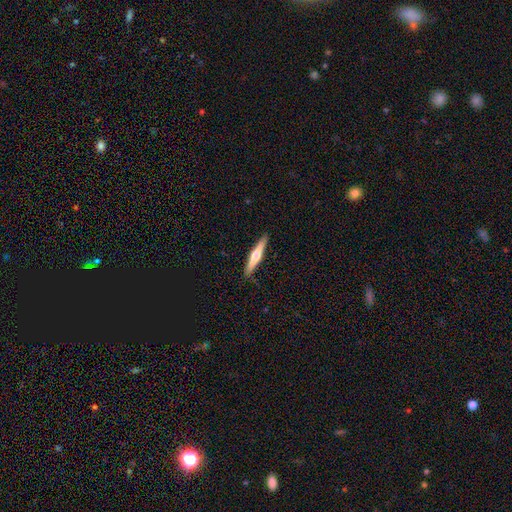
A featured or disk galaxy (53%) viewed edge-on (100%) with a rounded central bulge (100%). Merging: none (95%).